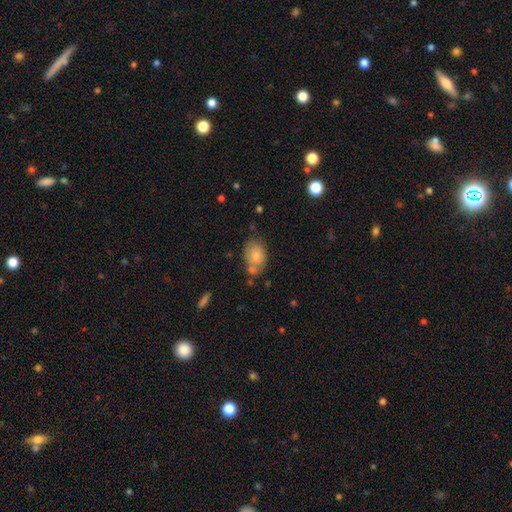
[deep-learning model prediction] This appears to be a smooth galaxy with no disk features (79%) that is in between round and cigar-shaped (82%). Merging: none (59%).